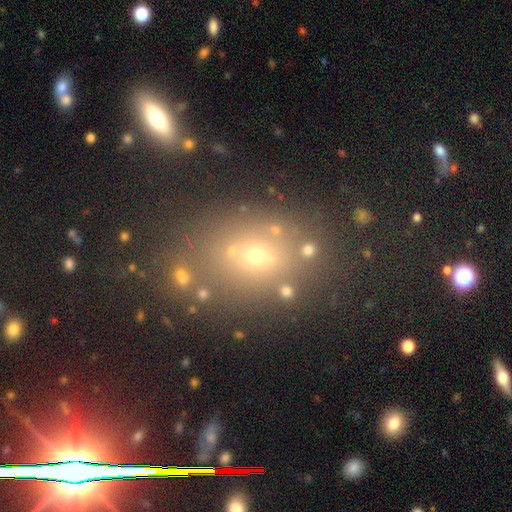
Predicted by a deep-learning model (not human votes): A smooth galaxy with no disk features (57%) that is in between round and cigar-shaped (66%). Merging: none (71%).